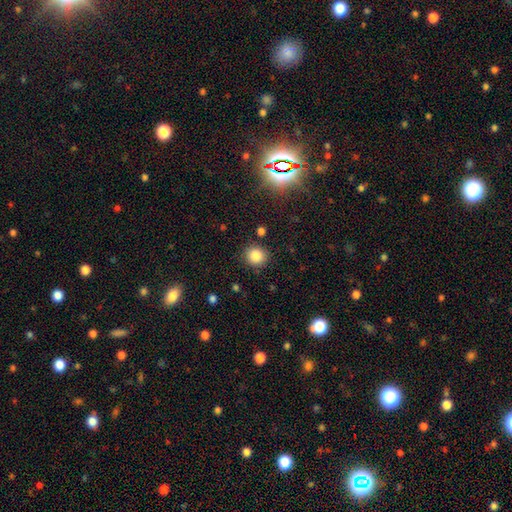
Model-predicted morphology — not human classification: Smooth or featured? smooth (84%)
How rounded? round (88%)
Merging? none (87%)